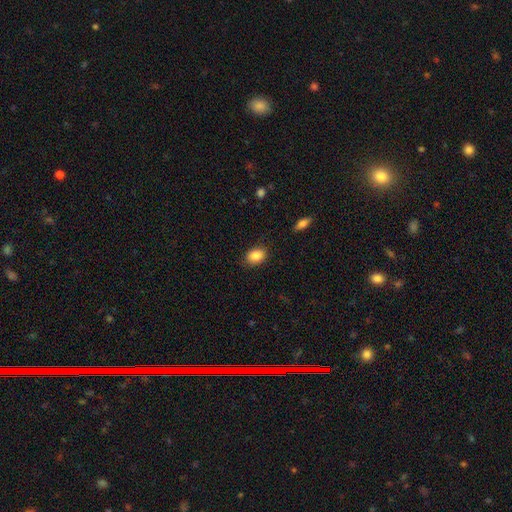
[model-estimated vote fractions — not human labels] smooth 87%, star or artifact 8%, featured or disk 5%. Down the decision tree: how rounded — in between (77%); merging — none (85%).